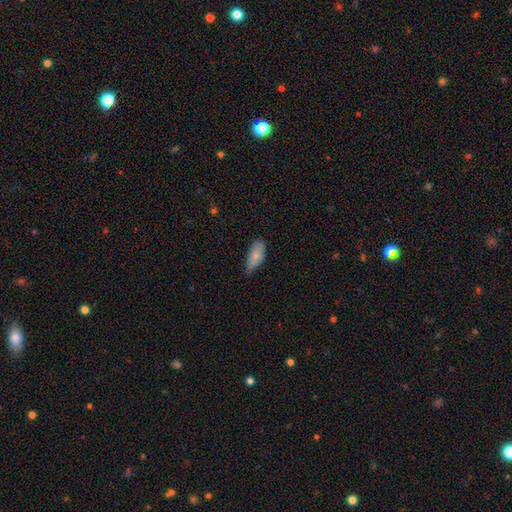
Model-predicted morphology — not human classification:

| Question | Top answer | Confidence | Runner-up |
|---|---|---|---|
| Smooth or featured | smooth | 79% | featured or disk (14%) |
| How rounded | in between | 85% | cigar-shaped (12%) |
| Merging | none | 45% | tied: minor disturbance (45%) |